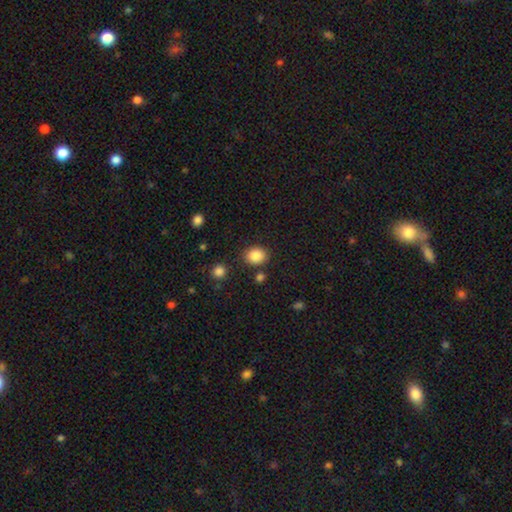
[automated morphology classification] This appears to be a smooth galaxy with no disk features (86%) that is round (56%). Merging: none (83%).